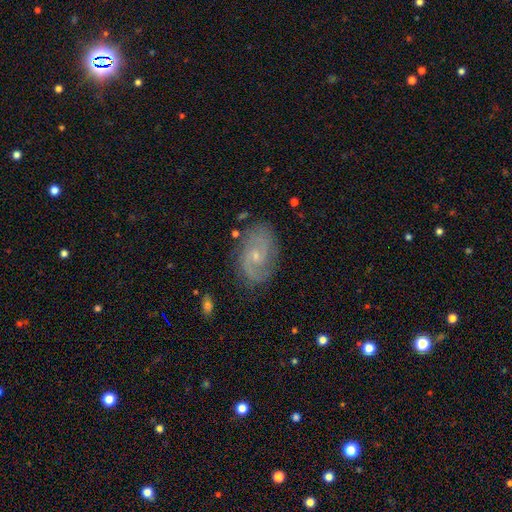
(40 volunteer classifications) A featured or disk galaxy (85%) with no bar (61%), 2 (94%) medium (73%) spiral arms (100%) and a small central bulge (70%).

Vote fractions:
- Smooth or featured? featured or disk: 85% / star or artifact: 10% / smooth: 5%
- Edge-on disk? no: 97% / yes: 3%
- Bar? no: 61% / weak: 33% / strong: 6%
- Spiral arms? yes: 100% / no: 0%
- Spiral winding? medium: 73% / tight: 18% / loose: 9%
- Spiral arm count? 2: 94% / 3: 3% / can't tell: 3% / 1: 0% / 4: 0% / more than 4: 0%
- Bulge size? small: 70% / moderate: 27% / large: 3% / dominant: 0% / none: 0%
- Merging? none: 86% / major disturbance: 8% / minor disturbance: 6% / merger: 0%